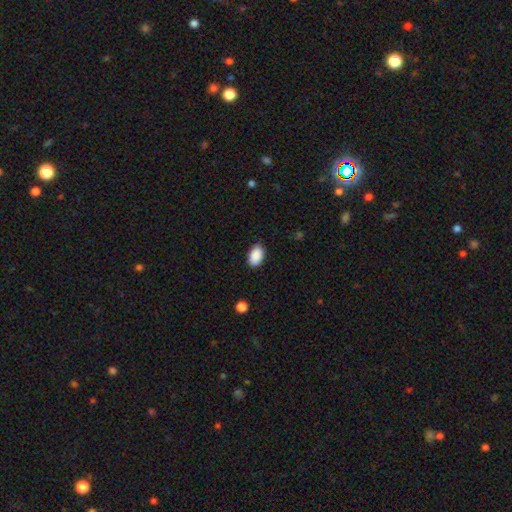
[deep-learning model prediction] Smooth or featured? smooth (91%)
How rounded? in between (93%)
Merging? none (87%)